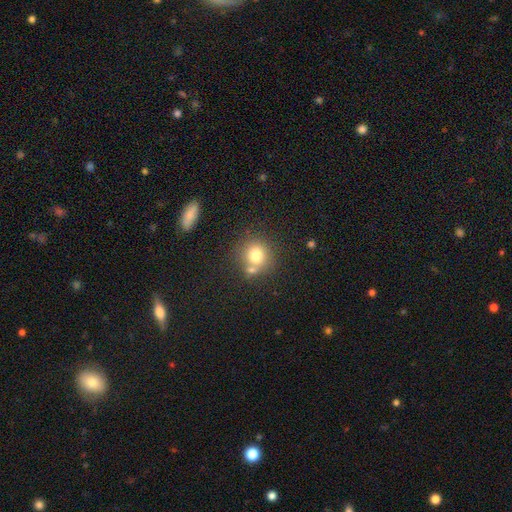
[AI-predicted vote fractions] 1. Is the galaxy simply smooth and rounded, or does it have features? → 76% smooth, 12% featured or disk, 12% star or artifact.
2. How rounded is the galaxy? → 86% round, 13% in between, 1% cigar-shaped.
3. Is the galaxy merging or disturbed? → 62% none, 24% merger, 11% minor disturbance, 4% major disturbance.